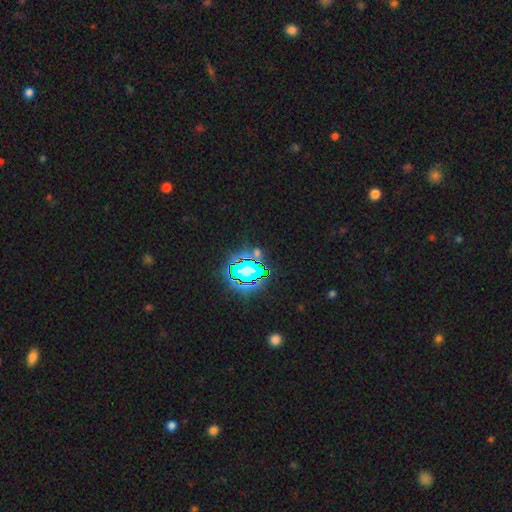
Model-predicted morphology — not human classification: star or artifact 72%, smooth 18%, featured or disk 10%.